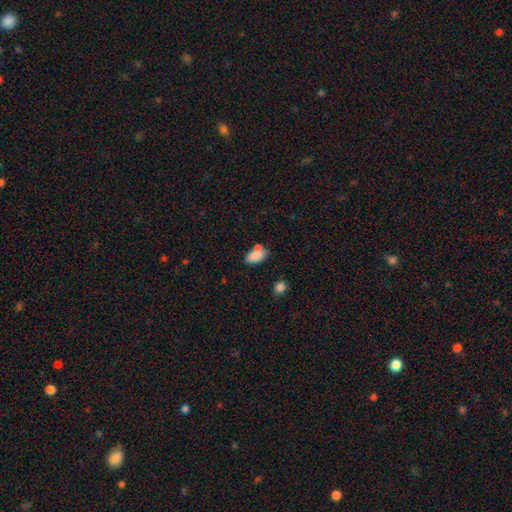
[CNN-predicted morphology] Smooth or featured: smooth — 82% (featured or disk — 9%)
How rounded: in between — 91% (round — 6%)
Merging: none — 48% (merger — 27%)